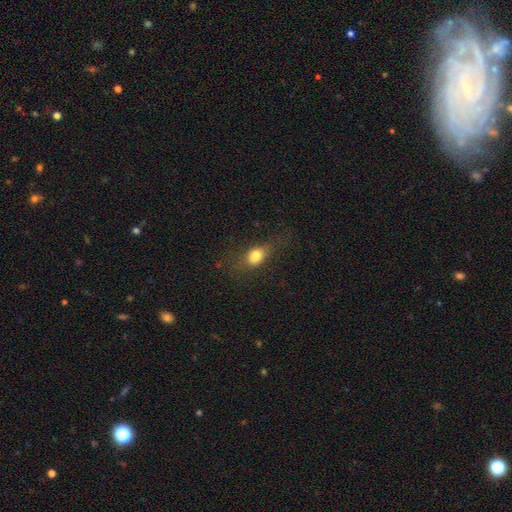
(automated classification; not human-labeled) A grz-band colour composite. It shows a smooth galaxy with no disk features (77%) that is in between round and cigar-shaped (70%). Merging: none (65%).